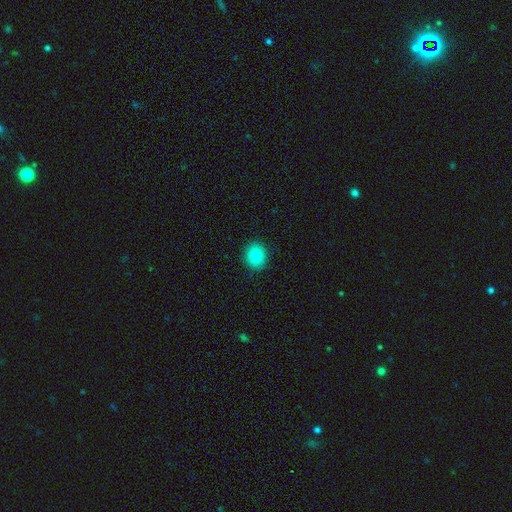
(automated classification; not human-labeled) Smooth or featured?
  - smooth: 83% *
  - star or artifact: 10%
  - featured or disk: 7%
How rounded?
  - round: 75% *
  - in between: 24%
  - cigar-shaped: 1%
Merging?
  - none: 91% *
  - minor disturbance: 6%
  - major disturbance: 2%
  - merger: 1%